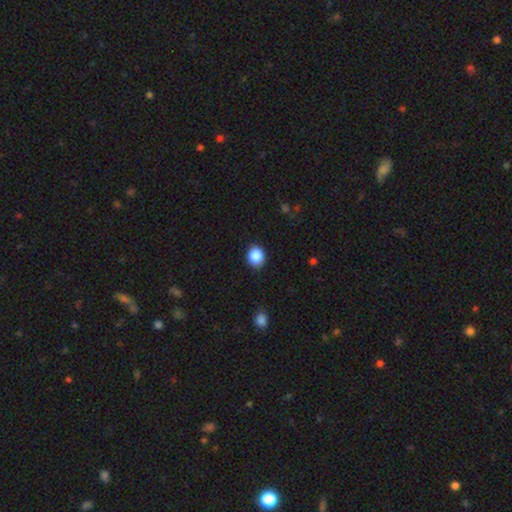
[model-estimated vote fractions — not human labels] A smooth galaxy with no disk features (88%) that is round (65%).

Vote fractions:
- Smooth or featured? smooth: 88% / star or artifact: 9% / featured or disk: 4%
- How rounded? round: 65% / in between: 34% / cigar-shaped: 1%
- Merging? none: 88% / minor disturbance: 9% / major disturbance: 2% / merger: 1%